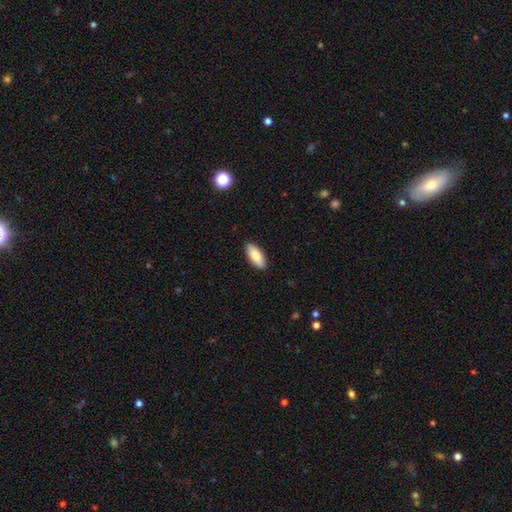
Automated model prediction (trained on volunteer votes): This appears to be a smooth galaxy with no disk features (81%) that is in between round and cigar-shaped (83%). Merging: none (89%).